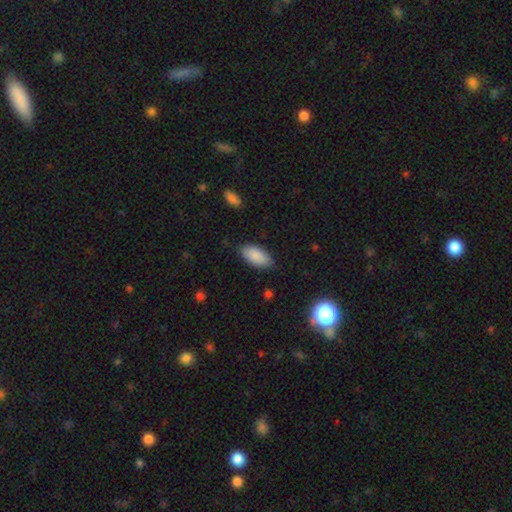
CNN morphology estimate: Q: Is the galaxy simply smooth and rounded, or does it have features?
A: smooth — 89%.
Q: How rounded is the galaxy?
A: in between — 92%.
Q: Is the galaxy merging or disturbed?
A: none — 83%.